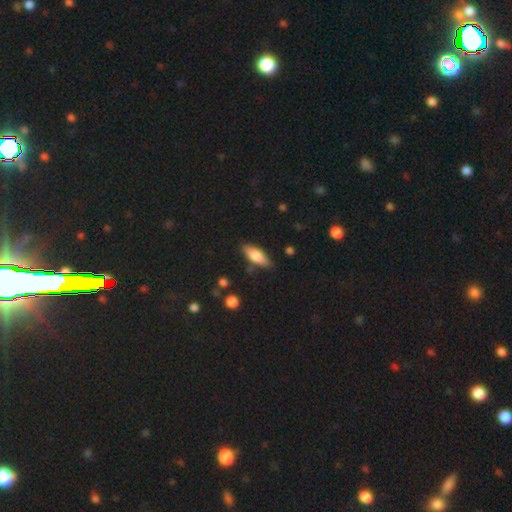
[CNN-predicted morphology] type=smooth (72%); roundness=in between (69%); merging=none (82%).